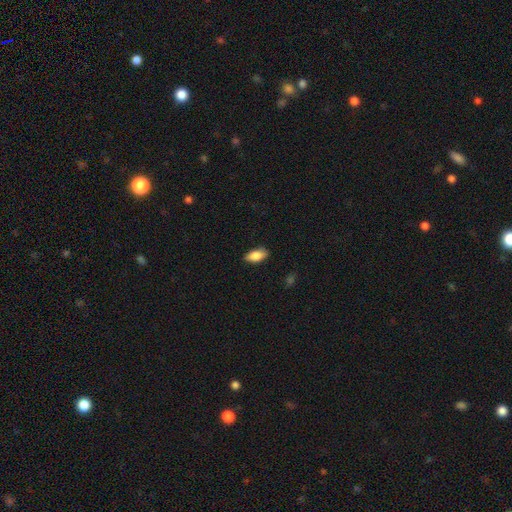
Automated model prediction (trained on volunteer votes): The model was most divided on "merging": none: 84%, minor disturbance: 13%, major disturbance: 2%, merger: 1%. More confident: how rounded — in between (88%); smooth or featured — smooth (82%).